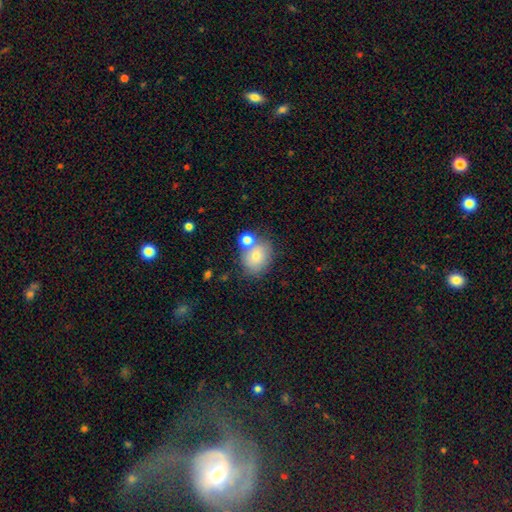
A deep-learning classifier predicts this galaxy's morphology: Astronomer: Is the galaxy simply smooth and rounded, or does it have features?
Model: smooth — 74%.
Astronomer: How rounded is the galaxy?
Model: round — 52% (runner-up: in between, 47%).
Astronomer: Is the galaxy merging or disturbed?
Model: none — 52% (runner-up: merger, 28%).